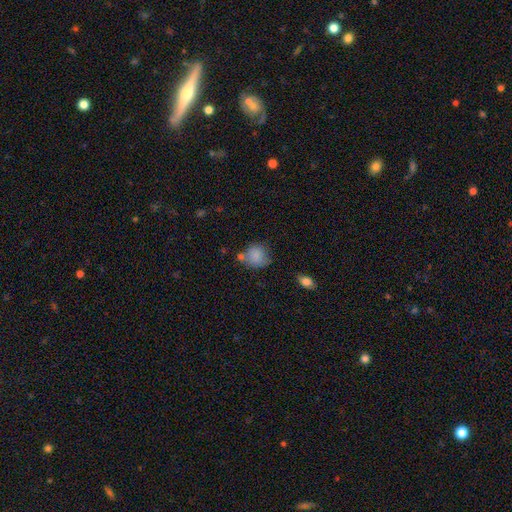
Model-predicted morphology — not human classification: A smooth galaxy with no disk features (82%) that is round (73%). Merging: none (53%).